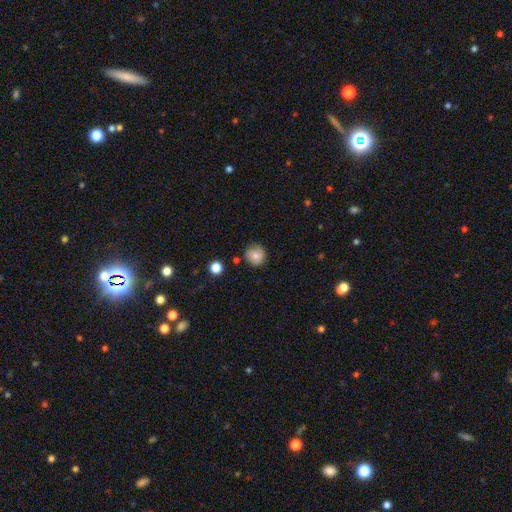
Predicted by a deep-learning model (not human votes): A smooth galaxy with no disk features (73%) that is round (91%). Merging: none (75%).